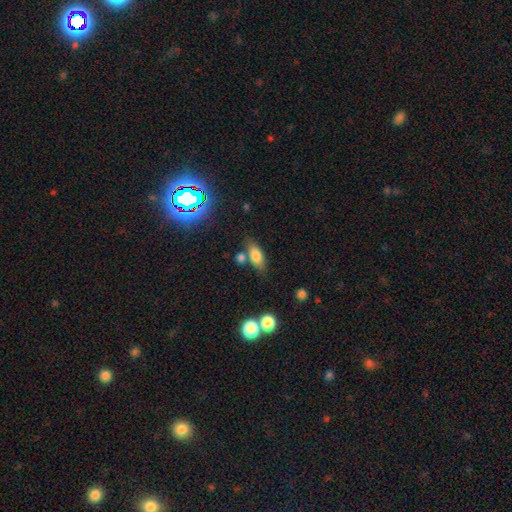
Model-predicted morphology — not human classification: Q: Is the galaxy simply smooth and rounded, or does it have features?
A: smooth — 75%.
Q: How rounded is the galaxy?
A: in between — 79%.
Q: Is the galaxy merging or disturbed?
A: none — 67%.